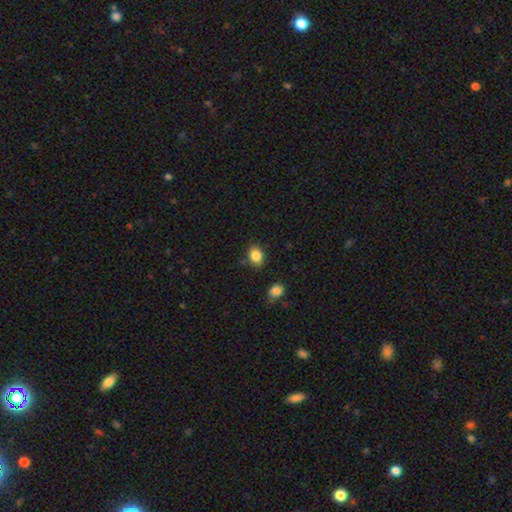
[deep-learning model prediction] smooth_or_featured: smooth (p=0.86) [alt: star or artifact p=0.09]
how_rounded: in between (p=0.69) [alt: round p=0.30]
merging: none (p=0.82) [alt: minor disturbance p=0.12]